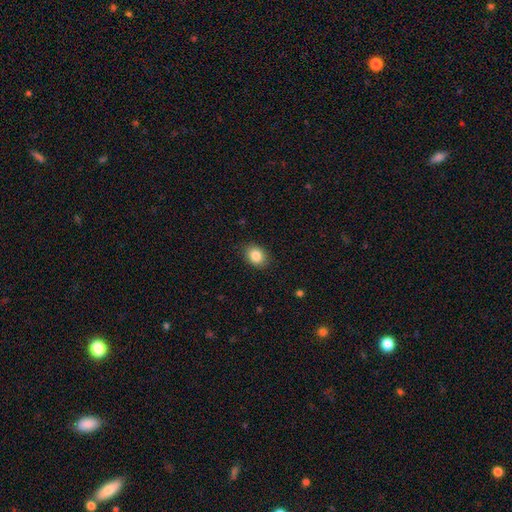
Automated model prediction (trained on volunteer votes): Overall: smooth (85%). How rounded: in between (60%; round 39%). Merging: none (87%).